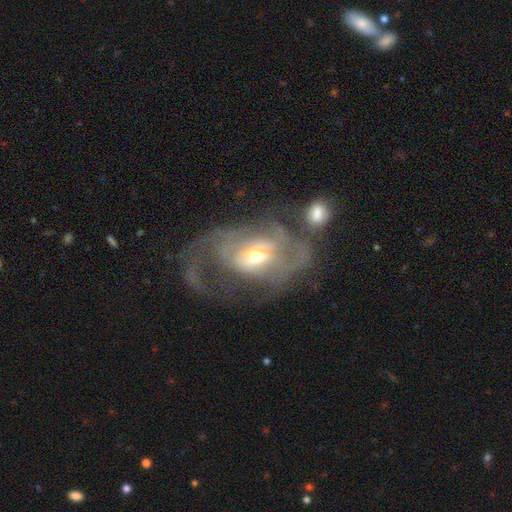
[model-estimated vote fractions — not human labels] smooth-or-featured: featured or disk: 75% | smooth: 18% | star or artifact: 7%
  disk-edge-on: no: 95% | yes: 5%
    bar: no: 56% | weak: 32% | strong: 11%
    has-spiral-arms: yes: 67% | no: 33%
    bulge-size: moderate: 56% | small: 36% | large: 6% | dominant: 1% | none: 1%
  merging: major disturbance: 50% | none: 20% | merger: 16% | minor disturbance: 13%